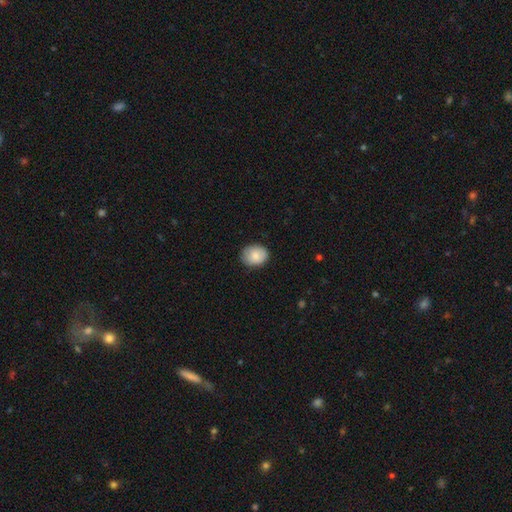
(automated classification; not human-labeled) Morphology: type=smooth (83%); roundness=round (51%); merging=none (83%).